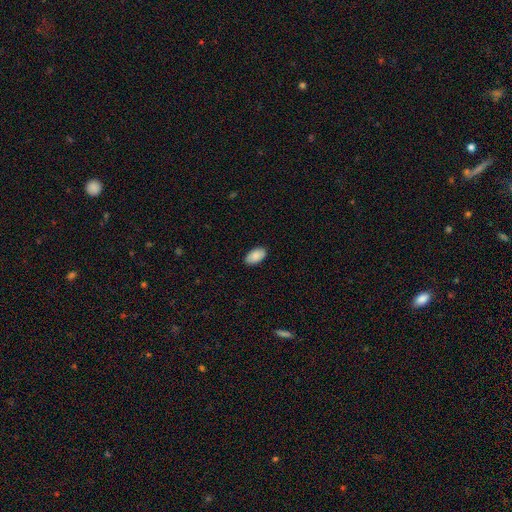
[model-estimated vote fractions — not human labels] Smooth or featured?
  - smooth: 87% *
  - star or artifact: 6%
  - featured or disk: 6%
How rounded?
  - in between: 95% *
  - round: 4%
  - cigar-shaped: 1%
Merging?
  - none: 88% *
  - minor disturbance: 9%
  - major disturbance: 2%
  - merger: 1%